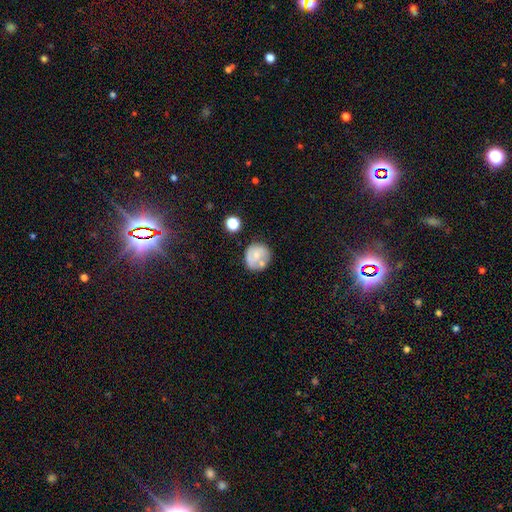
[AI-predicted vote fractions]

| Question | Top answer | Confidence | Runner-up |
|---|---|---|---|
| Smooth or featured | smooth | 58% | featured or disk (34%) |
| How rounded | round | 84% | in between (15%) |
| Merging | none | 58% | minor disturbance (20%) |